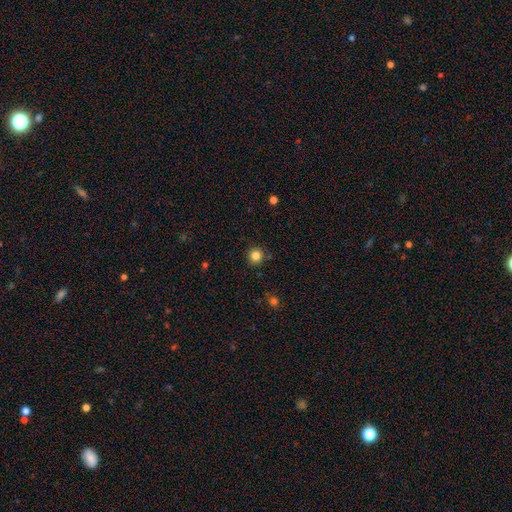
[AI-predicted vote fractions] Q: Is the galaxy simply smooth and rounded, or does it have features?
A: smooth — 84%.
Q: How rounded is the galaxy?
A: round — 94%.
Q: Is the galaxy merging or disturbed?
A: none — 89%.